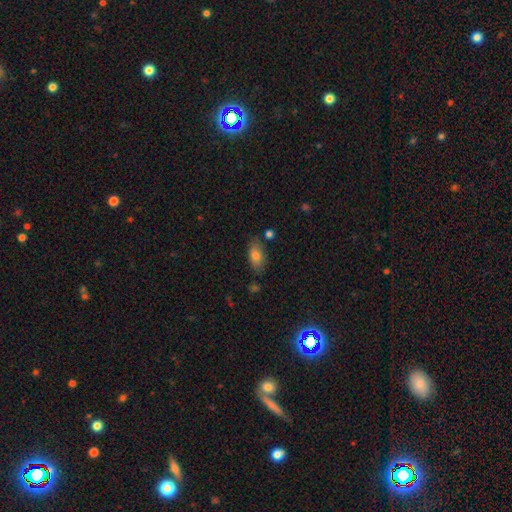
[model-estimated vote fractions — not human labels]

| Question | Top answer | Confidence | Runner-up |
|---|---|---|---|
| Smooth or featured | smooth | 80% | featured or disk (12%) |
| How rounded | in between | 89% | cigar-shaped (6%) |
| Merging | none | 76% | minor disturbance (16%) |